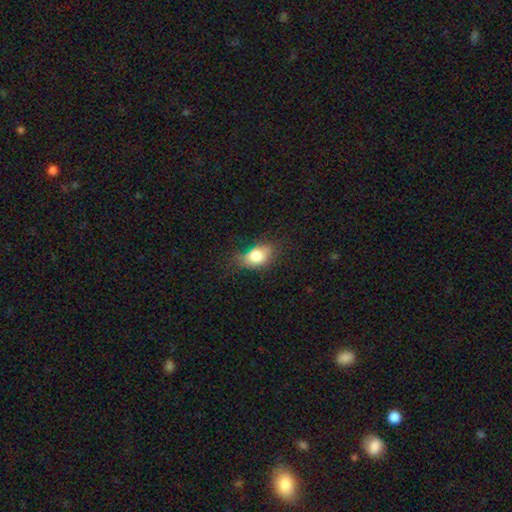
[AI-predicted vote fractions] smooth-or-featured: smooth: 78% | featured or disk: 13% | star or artifact: 9%
  how-rounded: in between: 81% | round: 16% | cigar-shaped: 3%
  merging: none: 49% | minor disturbance: 34% | major disturbance: 14% | merger: 3%